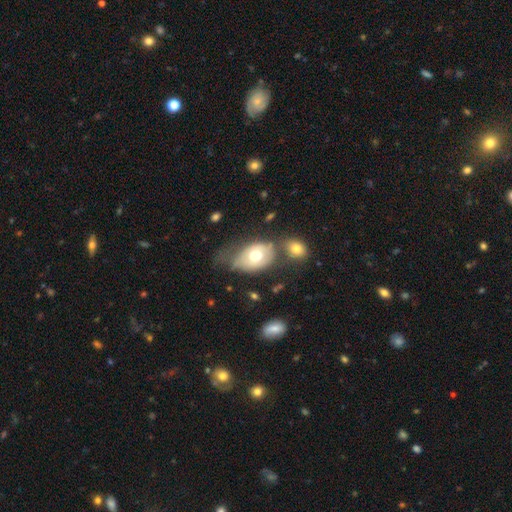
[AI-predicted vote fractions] Overall: smooth (59%; featured or disk 33%). How rounded: in between (76%). Merging: none (35%; minor disturbance 26%).